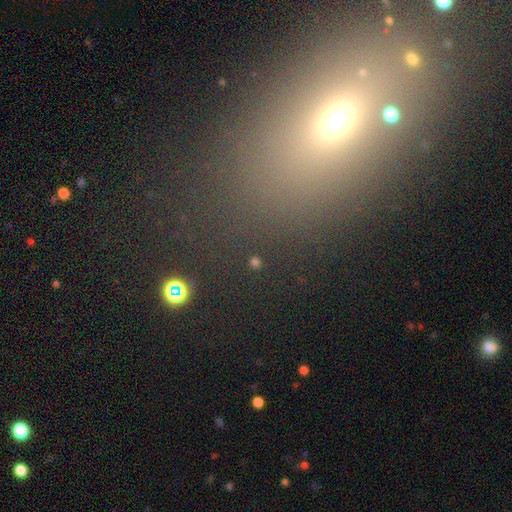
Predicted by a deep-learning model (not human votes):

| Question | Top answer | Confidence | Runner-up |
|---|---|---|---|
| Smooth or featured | smooth | 49% | star or artifact (37%) |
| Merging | none | 76% | minor disturbance (11%) |